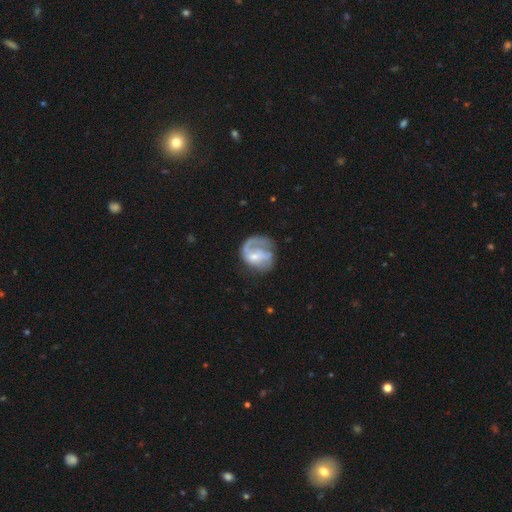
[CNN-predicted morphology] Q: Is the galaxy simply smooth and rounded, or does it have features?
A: featured or disk — 63%.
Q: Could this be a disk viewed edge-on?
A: no — 98%.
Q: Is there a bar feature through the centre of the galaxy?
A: no — 56%.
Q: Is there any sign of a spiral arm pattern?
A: yes — 70%.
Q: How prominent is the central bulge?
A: small — 50%.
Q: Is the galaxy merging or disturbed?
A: none — 40%.